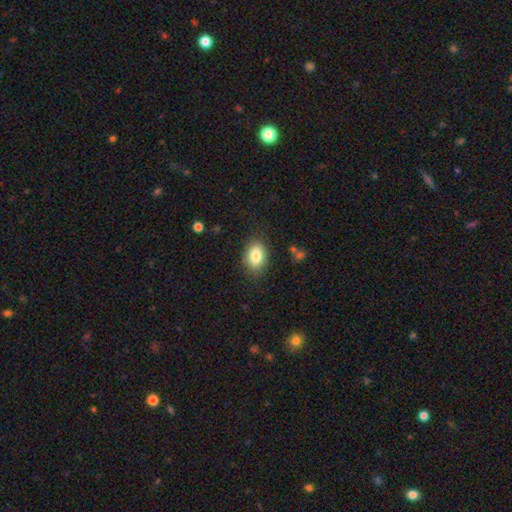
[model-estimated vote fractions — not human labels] smooth 84%, featured or disk 9%, star or artifact 8%. Down the decision tree: how rounded — in between (84%); merging — none (82%).